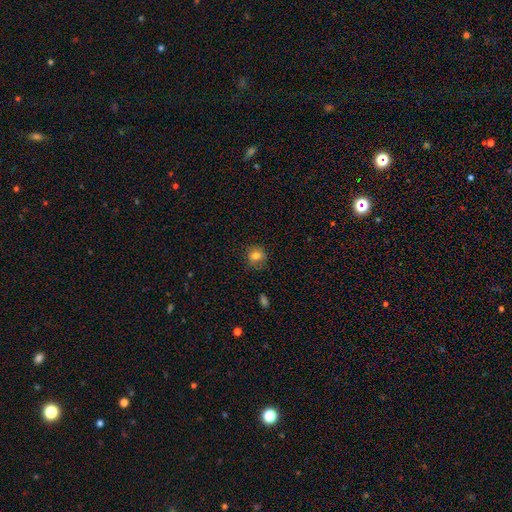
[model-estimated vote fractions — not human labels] A smooth galaxy with no disk features (81%) that is round (78%). Merging: none (78%).